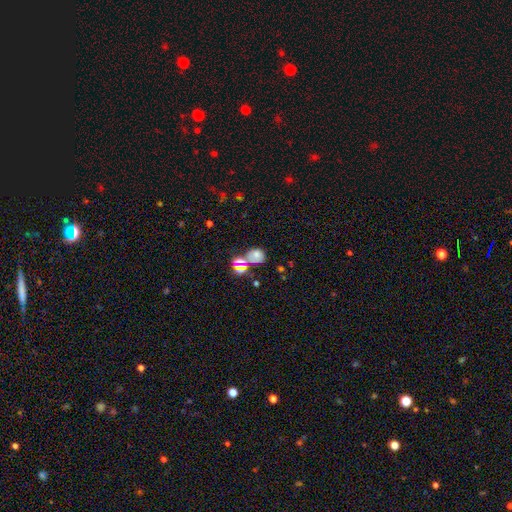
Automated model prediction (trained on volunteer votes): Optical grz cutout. It shows a smooth galaxy with no disk features (58%) that is round (57%). Merging: none (49%).